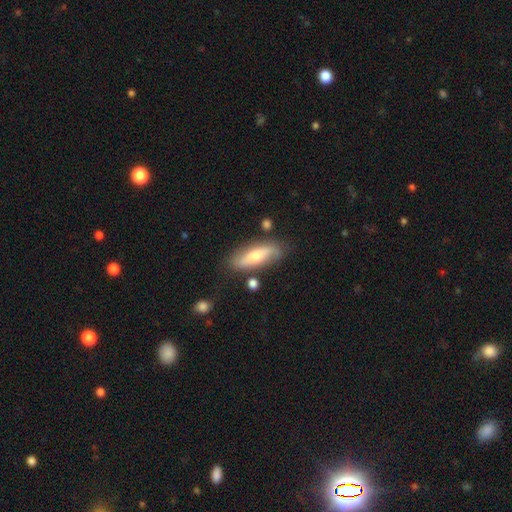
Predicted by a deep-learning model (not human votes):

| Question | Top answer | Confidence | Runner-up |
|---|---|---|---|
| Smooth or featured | featured or disk | 47% | smooth (46%) |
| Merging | none | 77% | minor disturbance (15%) |